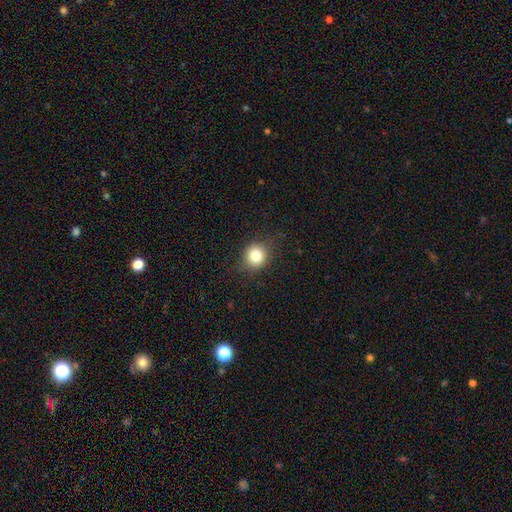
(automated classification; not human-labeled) A smooth galaxy with no disk features (81%) that is round (85%). Merging: none (85%).